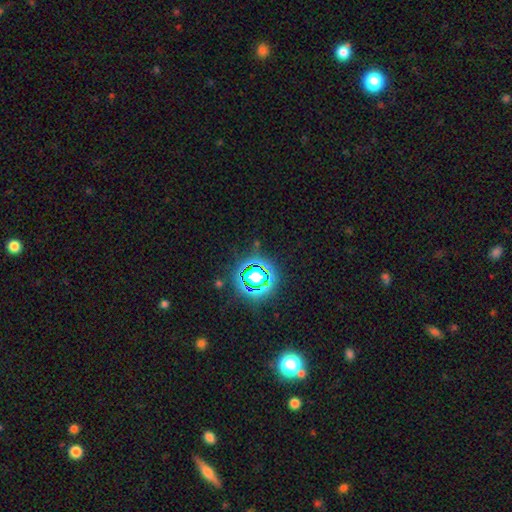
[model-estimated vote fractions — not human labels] The model was most divided on "smooth or featured": star or artifact: 79%, smooth: 14%, featured or disk: 7%.